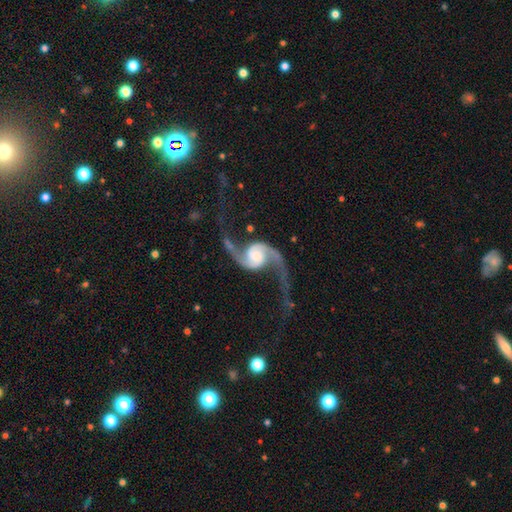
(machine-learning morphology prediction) smooth_or_featured: featured or disk (p=0.93) [alt: star or artifact p=0.04]
disk_edge_on: no (p=0.98) [alt: yes p=0.02]
bar: no (p=0.59) [alt: weak p=0.30]
has_spiral_arms: yes (p=0.98) [alt: no p=0.02]
spiral_winding: loose (p=0.85) [alt: medium p=0.11]
spiral_arm_count: 2 (p=0.95) [alt: 1 p=0.01]
bulge_size: large (p=0.27) [tied with: moderate p=0.27]
merging: none (p=0.60) [alt: major disturbance p=0.20]